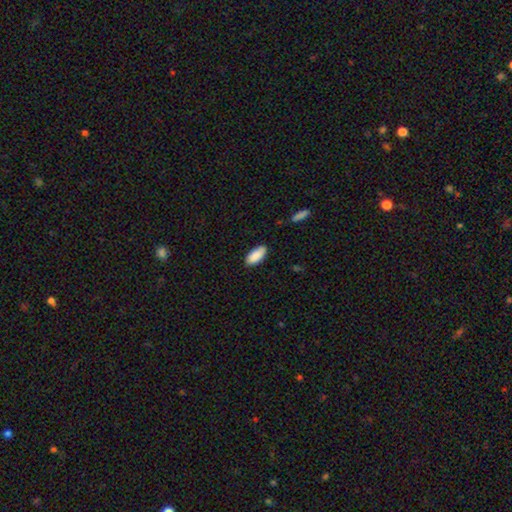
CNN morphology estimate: smooth_or_featured: smooth (p=0.89) [alt: star or artifact p=0.06]
how_rounded: in between (p=0.90) [alt: cigar-shaped p=0.08]
merging: none (p=0.84) [alt: minor disturbance p=0.13]